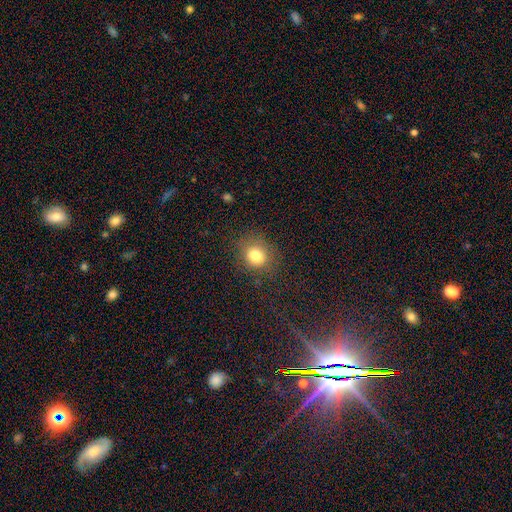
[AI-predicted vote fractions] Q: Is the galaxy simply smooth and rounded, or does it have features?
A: smooth — 80%.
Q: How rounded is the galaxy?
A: round — 72%.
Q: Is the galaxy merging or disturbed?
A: none — 79%.